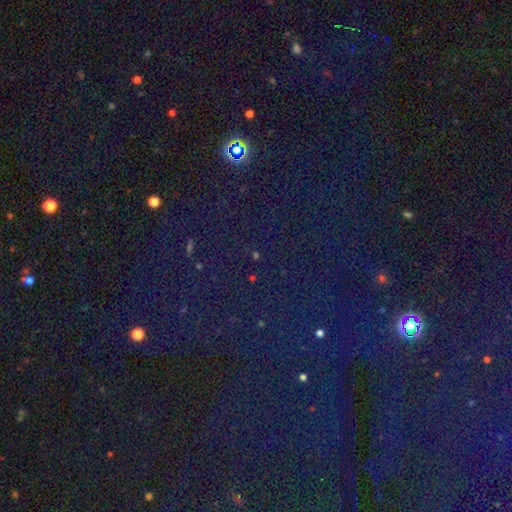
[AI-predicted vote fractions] A star or artifact, not a galaxy (82%).